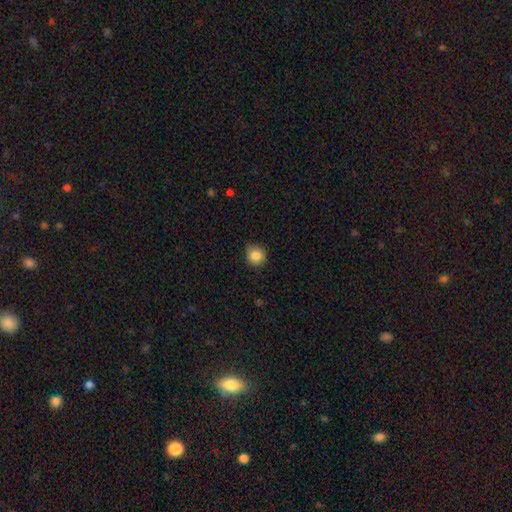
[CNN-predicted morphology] Overall: smooth (85%). How rounded: round (87%). Merging: none (73%).